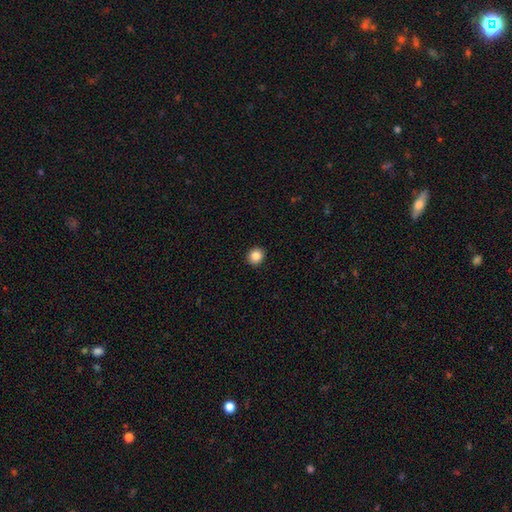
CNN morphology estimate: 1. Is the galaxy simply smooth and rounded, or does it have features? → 85% smooth, 10% star or artifact, 5% featured or disk.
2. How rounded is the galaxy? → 82% round, 17% in between, 1% cigar-shaped.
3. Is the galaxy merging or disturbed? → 92% none, 5% minor disturbance, 2% major disturbance, 1% merger.